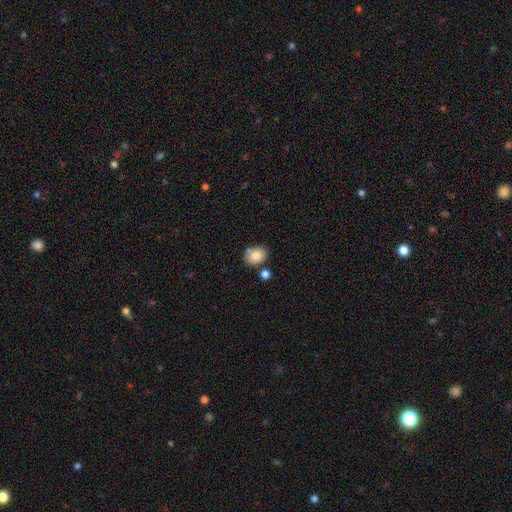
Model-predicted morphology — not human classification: smooth-or-featured: smooth: 83% | featured or disk: 9% | star or artifact: 9%
  how-rounded: in between: 50% | round: 49% | cigar-shaped: 1%
  merging: none: 67% | minor disturbance: 16% | merger: 13% | major disturbance: 4%